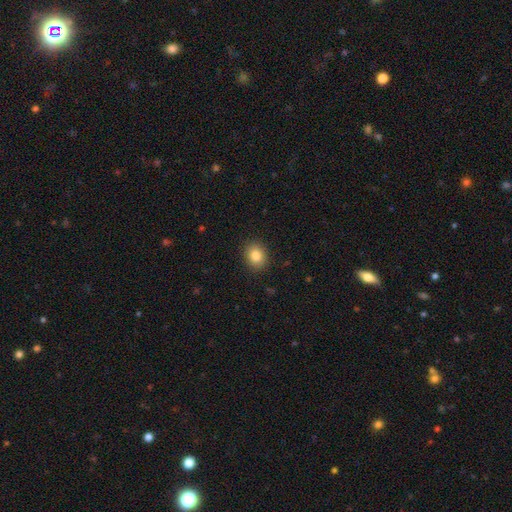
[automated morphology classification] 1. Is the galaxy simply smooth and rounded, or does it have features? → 84% smooth, 10% star or artifact, 6% featured or disk.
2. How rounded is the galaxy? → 58% round, 41% in between, 1% cigar-shaped.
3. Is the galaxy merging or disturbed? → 89% none, 7% minor disturbance, 2% major disturbance, 1% merger.